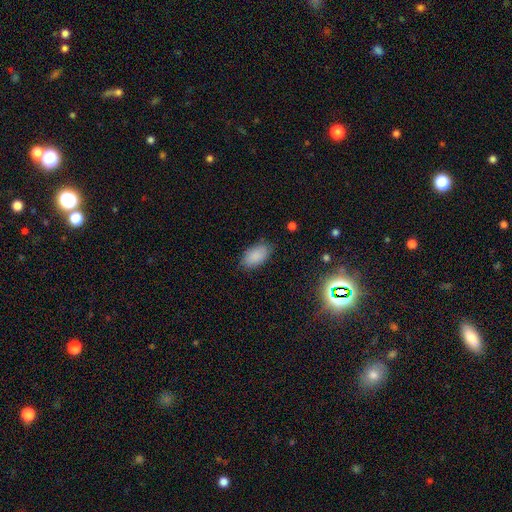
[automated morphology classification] This is clearly a smooth galaxy (87%). How rounded: clearly in between (94%). Merging: clearly none (81%).